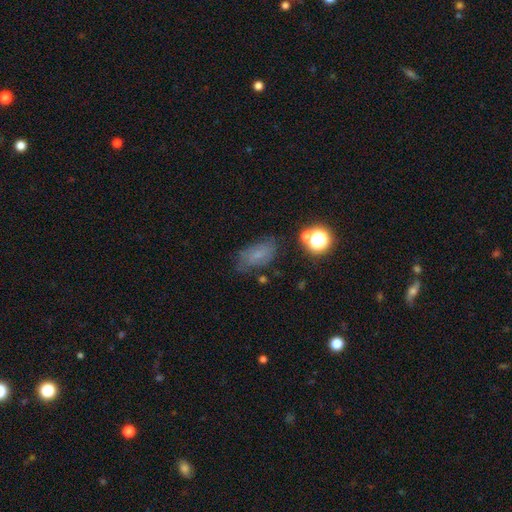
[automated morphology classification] A smooth galaxy with no disk features (44%).

Vote fractions:
- Smooth or featured? smooth: 44% / featured or disk: 35% / star or artifact: 20%
- Merging? none: 63% / minor disturbance: 24% / major disturbance: 10% / merger: 4%